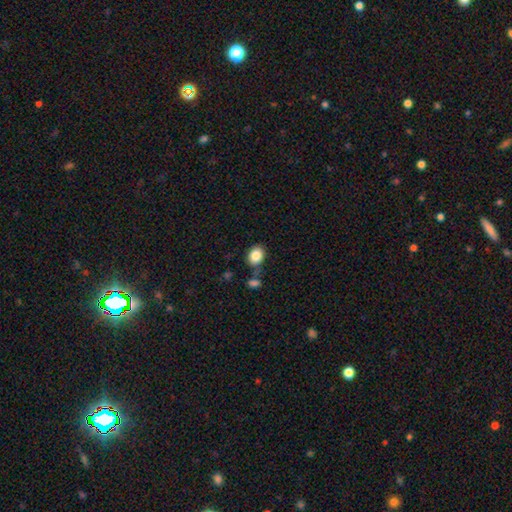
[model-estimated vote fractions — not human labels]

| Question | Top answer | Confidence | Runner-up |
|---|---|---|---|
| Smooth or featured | smooth | 85% | star or artifact (8%) |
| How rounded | in between | 56% | round (44%) |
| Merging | none | 71% | minor disturbance (15%) |